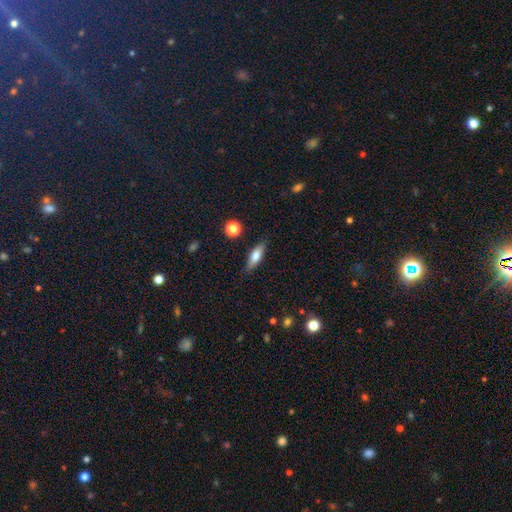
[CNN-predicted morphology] Smooth or featured: smooth — 71% (featured or disk — 22%)
How rounded: in between — 55% (cigar-shaped — 42%)
Merging: none — 84% (minor disturbance — 12%)